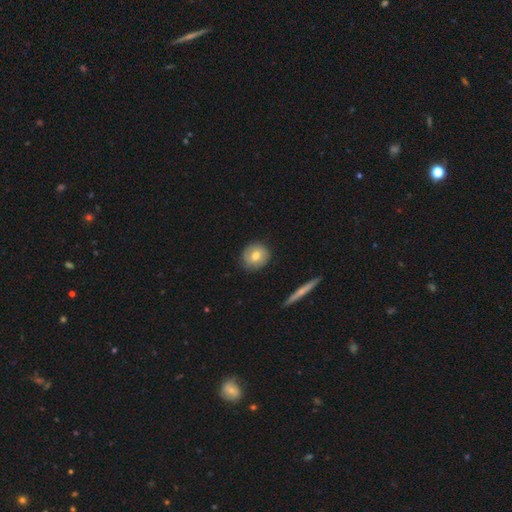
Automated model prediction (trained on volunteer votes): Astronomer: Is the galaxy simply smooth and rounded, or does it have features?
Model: smooth — 63%.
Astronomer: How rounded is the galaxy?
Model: round — 89%.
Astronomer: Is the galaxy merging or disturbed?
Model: none — 86%.